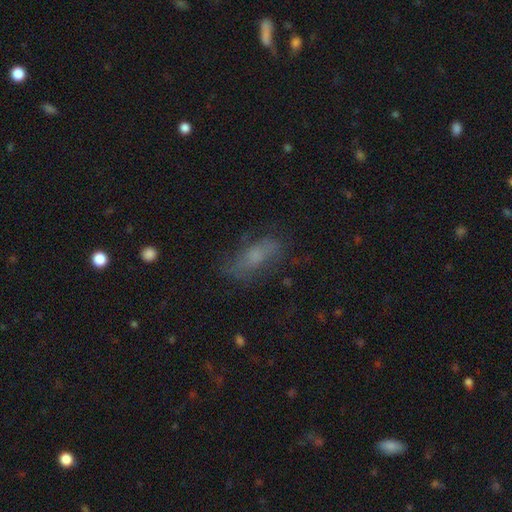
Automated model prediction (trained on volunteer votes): Smooth or featured?
  - smooth: 51% *
  - featured or disk: 33%
  - star or artifact: 16%
How rounded?
  - in between: 71% *
  - cigar-shaped: 23%
  - round: 5%
Merging?
  - none: 61% *
  - minor disturbance: 22%
  - major disturbance: 15%
  - merger: 2%